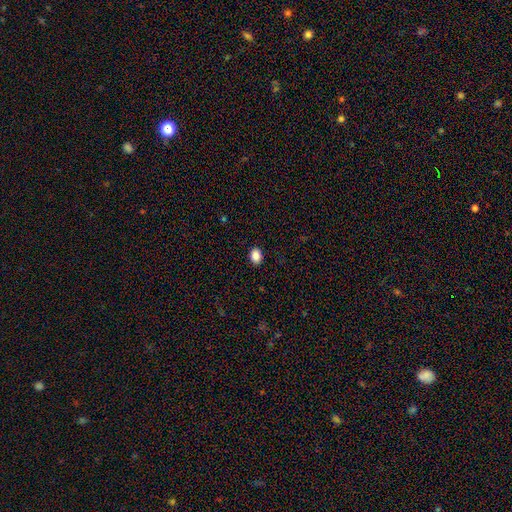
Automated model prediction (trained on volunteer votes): smooth-or-featured: smooth: 87% | star or artifact: 9% | featured or disk: 4%
  how-rounded: in between: 61% | round: 38% | cigar-shaped: 1%
  merging: none: 90% | minor disturbance: 7% | major disturbance: 2% | merger: 1%